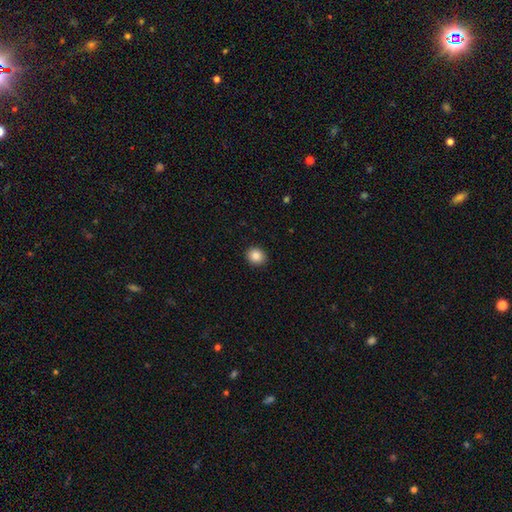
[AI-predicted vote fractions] Smooth or featured? Predicted: smooth (p=0.85). How rounded? Predicted: round (p=0.72). Merging? Predicted: none (p=0.91).